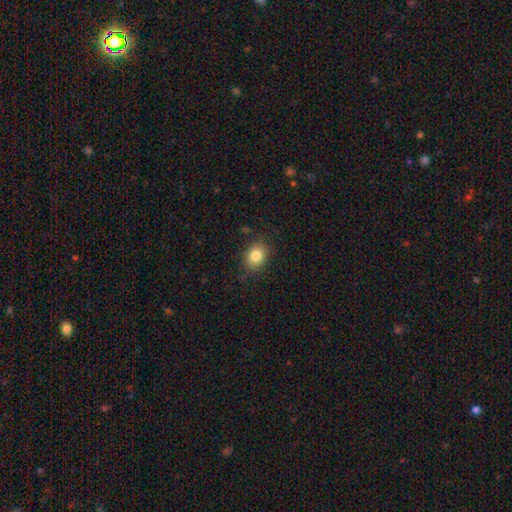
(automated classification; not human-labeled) smooth 83%, star or artifact 9%, featured or disk 8%. Down the decision tree: how rounded — in between (58%); merging — none (82%).